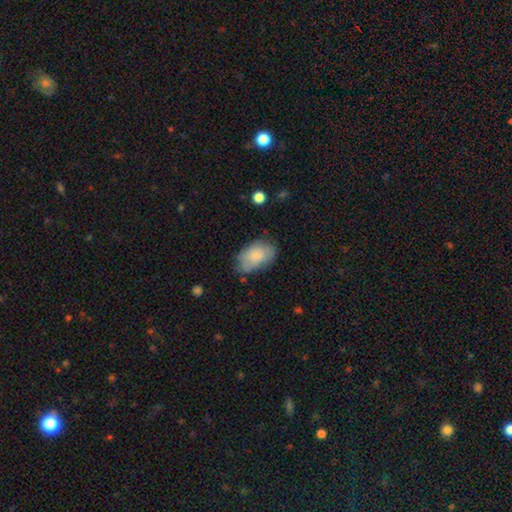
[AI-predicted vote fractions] This is likely a smooth galaxy (79%). How rounded: clearly in between (92%). Merging: likely none (66%).